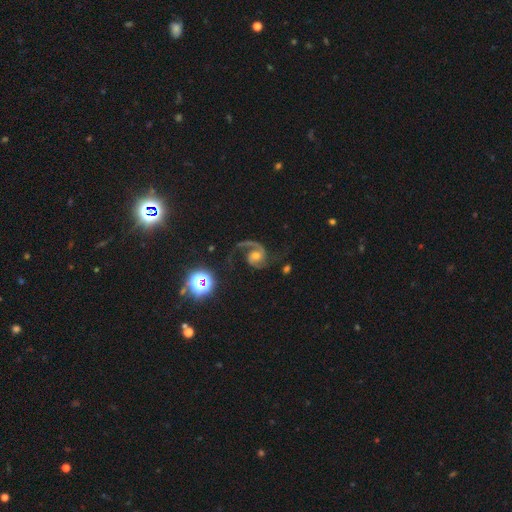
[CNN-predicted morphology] Smooth or featured?
  - featured or disk: 87% *
  - star or artifact: 7%
  - smooth: 6%
Edge-on disk?
  - no: 98% *
  - yes: 2%
Bar?
  - no: 57% *
  - weak: 34%
  - strong: 9%
Spiral arms?
  - yes: 98% *
  - no: 2%
Spiral winding?
  - medium: 52% *
  - loose: 35%
  - tight: 13%
Spiral arm count?
  - 2: 72% *
  - 1: 23%
  - can't tell: 2%
  - 3: 1%
  - 4: 1%
  - more than 4: 1%
Bulge size?
  - moderate: 59% *
  - small: 28%
  - large: 8%
  - none: 3%
  - dominant: 2%
Merging?
  - none: 61% *
  - major disturbance: 20%
  - minor disturbance: 15%
  - merger: 3%